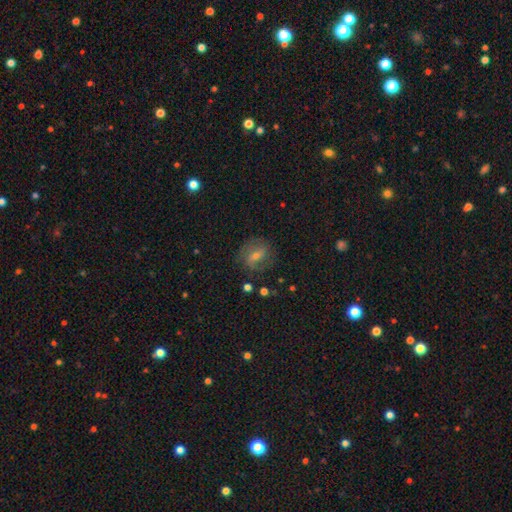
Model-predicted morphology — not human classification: Smooth or featured: featured or disk — 57% (smooth — 33%)
Edge-on disk: no — 93% (yes — 7%)
Bar: weak — 43% (strong — 34%)
Spiral arms: yes — 72% (no — 28%)
Bulge size: small — 49% (moderate — 43%)
Merging: none — 74% (minor disturbance — 16%)